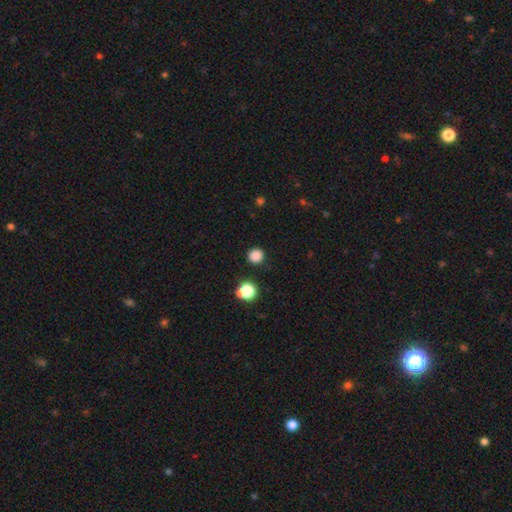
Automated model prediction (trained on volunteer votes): The model was most divided on "smooth or featured": smooth: 84%, star or artifact: 13%, featured or disk: 3%. More confident: how rounded — round (94%); merging — none (90%).